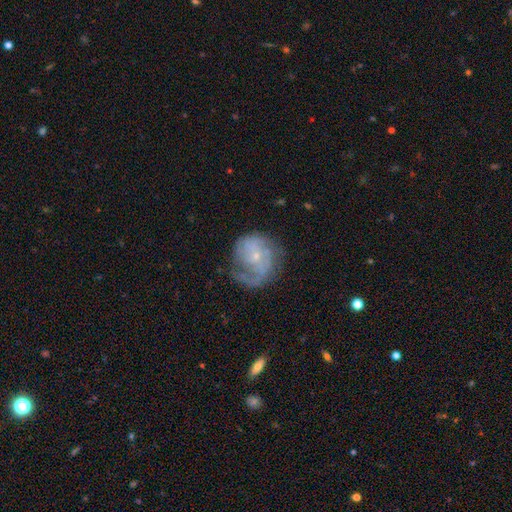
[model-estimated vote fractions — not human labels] Overall: featured or disk (76%). Edge-on disk: no (98%). Bar: no (73%). Spiral arms: yes (87%). Spiral arm count: can't tell (31%; 2 27%). Spiral winding: medium (39%; tight 37%). Bulge size: small (79%). Merging: none (51%; minor disturbance 24%).